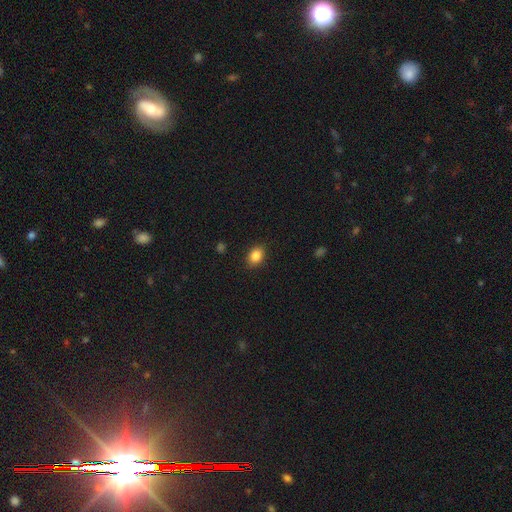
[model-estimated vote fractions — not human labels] Overall: smooth (86%). How rounded: in between (70%). Merging: none (88%).